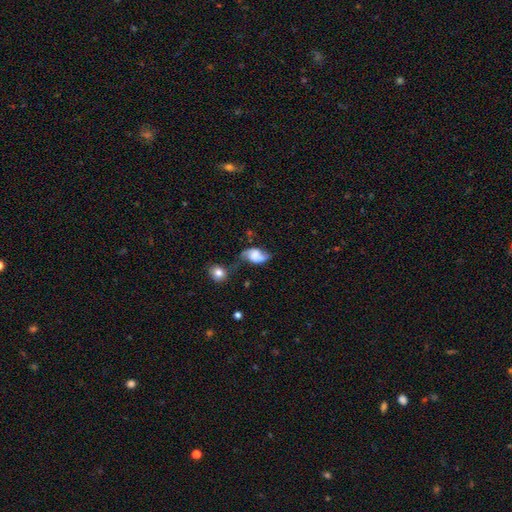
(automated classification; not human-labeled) smooth_or_featured: featured or disk (p=0.49) [alt: smooth p=0.41]
merging: none (p=0.38) [alt: minor disturbance p=0.27]